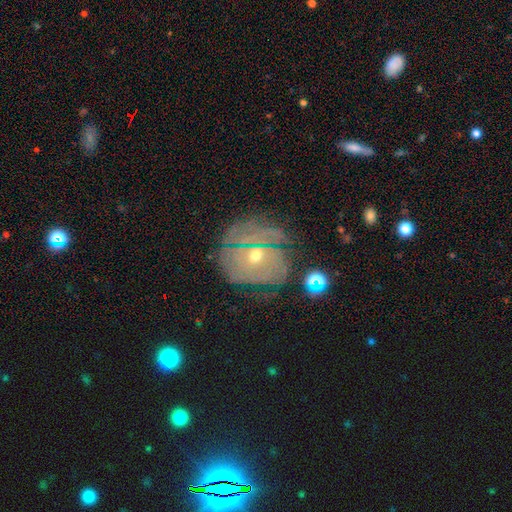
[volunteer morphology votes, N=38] Overall: featured or disk (74%). Edge-on disk: no (100%). Bar: no (57%; weak 29%). Spiral arms: yes (86%). Spiral arm count: can't tell (54%; 3 33%). Spiral winding: tight (92%). Bulge size: small (61%; moderate 39%). Merging: none (80%).